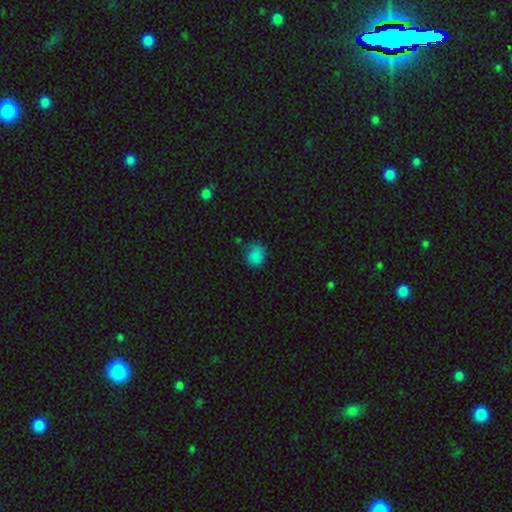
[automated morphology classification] Overall: smooth (83%). How rounded: round (74%). Merging: none (70%).